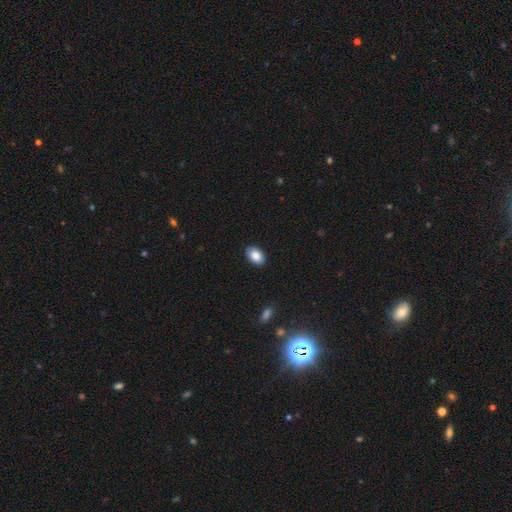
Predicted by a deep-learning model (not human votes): Q: Smooth or featured?
A: smooth (87%); runner-up: star or artifact (7%)
Q: How rounded?
A: in between (90%); runner-up: round (8%)
Q: Merging?
A: none (88%); runner-up: minor disturbance (9%)